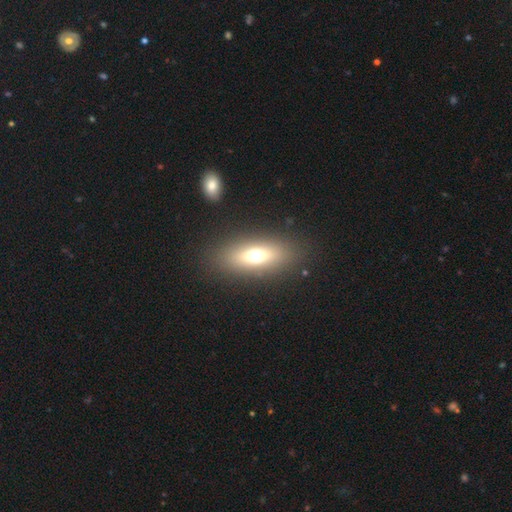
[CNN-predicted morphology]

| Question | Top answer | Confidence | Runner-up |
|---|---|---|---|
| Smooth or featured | smooth | 62% | featured or disk (25%) |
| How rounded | in between | 73% | cigar-shaped (18%) |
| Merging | none | 85% | minor disturbance (8%) |